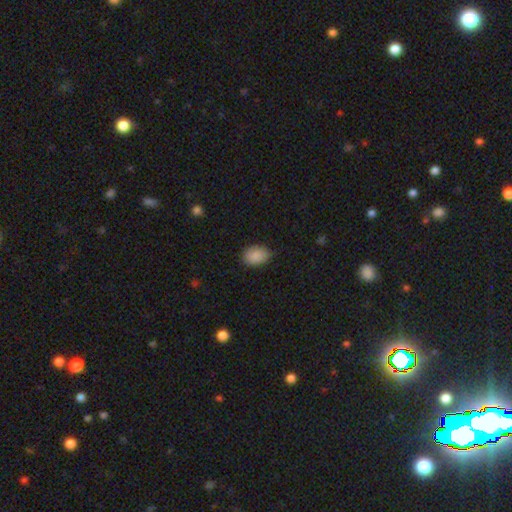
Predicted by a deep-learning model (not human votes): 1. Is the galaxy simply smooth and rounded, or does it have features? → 89% smooth, 7% star or artifact, 4% featured or disk.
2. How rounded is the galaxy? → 82% in between, 17% round, 1% cigar-shaped.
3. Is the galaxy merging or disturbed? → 81% none, 15% minor disturbance, 3% major disturbance, 1% merger.